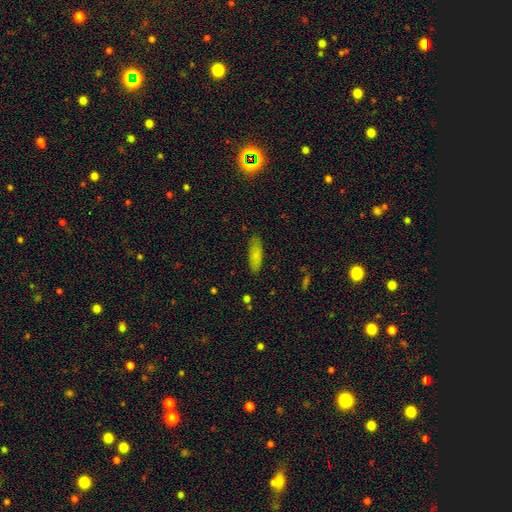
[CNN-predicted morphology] The model was most divided on "how rounded": in between: 64%, cigar-shaped: 34%, round: 2%. More confident: merging — none (84%); smooth or featured — smooth (82%).